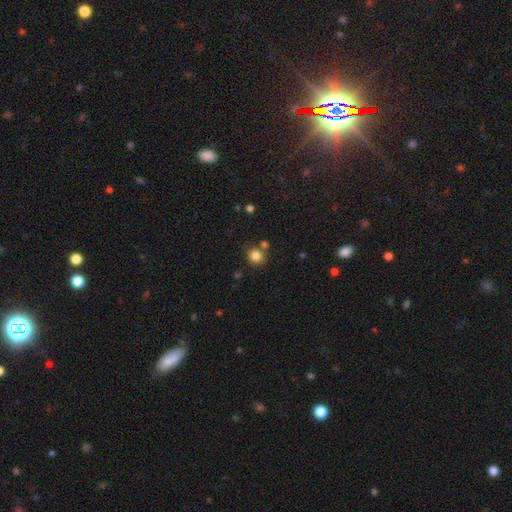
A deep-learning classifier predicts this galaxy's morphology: smooth_or_featured: smooth (p=0.83) [alt: star or artifact p=0.12]
how_rounded: round (p=0.87) [alt: in between p=0.12]
merging: none (p=0.75) [alt: merger p=0.13]